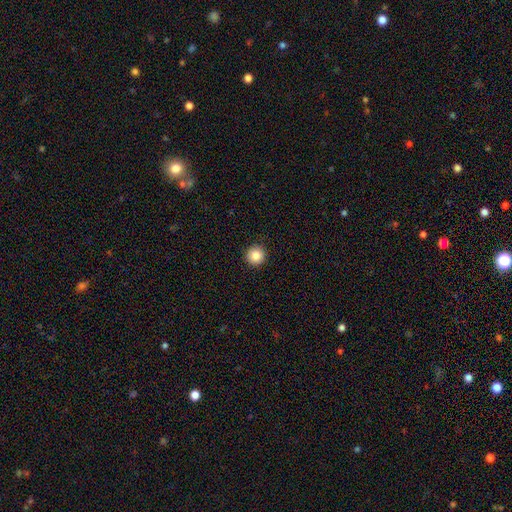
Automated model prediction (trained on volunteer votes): Smooth or featured?
  - smooth: 85% *
  - star or artifact: 9%
  - featured or disk: 5%
How rounded?
  - round: 96% *
  - in between: 3%
  - cigar-shaped: 1%
Merging?
  - none: 92% *
  - minor disturbance: 5%
  - major disturbance: 2%
  - merger: 1%